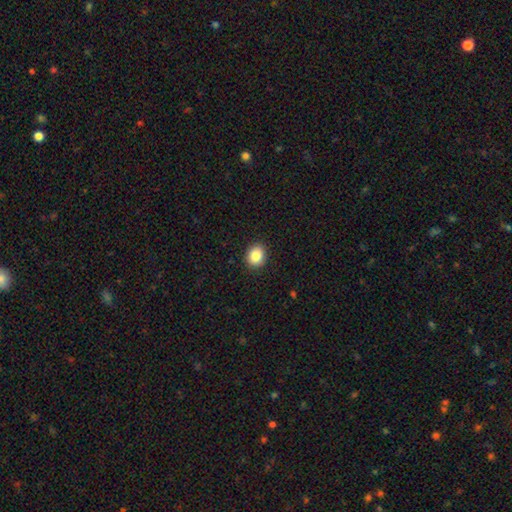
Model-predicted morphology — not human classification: Q: Smooth or featured?
A: smooth (86%); runner-up: star or artifact (9%)
Q: How rounded?
A: round (53%); runner-up: in between (46%)
Q: Merging?
A: none (90%); runner-up: minor disturbance (7%)